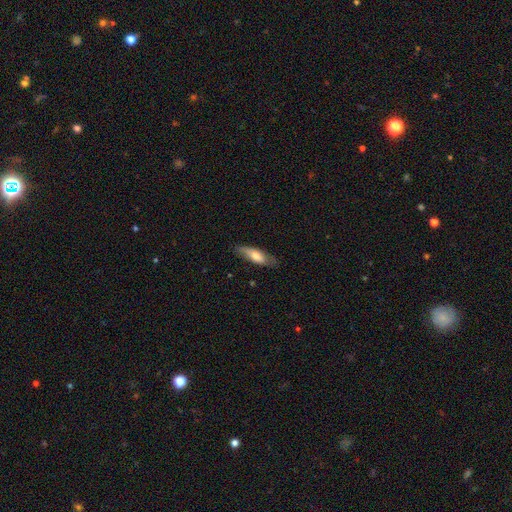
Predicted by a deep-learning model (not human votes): Q: Smooth or featured?
A: smooth (66%); runner-up: featured or disk (28%)
Q: How rounded?
A: in between (54%); runner-up: cigar-shaped (44%)
Q: Merging?
A: none (71%); runner-up: minor disturbance (22%)